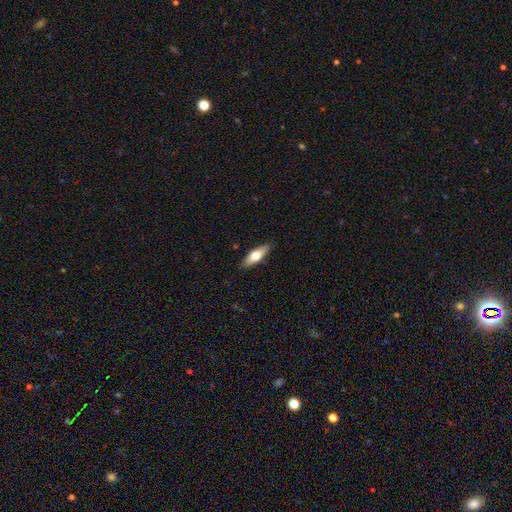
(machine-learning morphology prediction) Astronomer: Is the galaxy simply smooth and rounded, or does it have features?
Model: smooth — 60%.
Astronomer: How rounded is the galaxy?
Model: in between — 57% (runner-up: cigar-shaped, 40%).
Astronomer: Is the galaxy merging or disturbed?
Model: none — 88%.